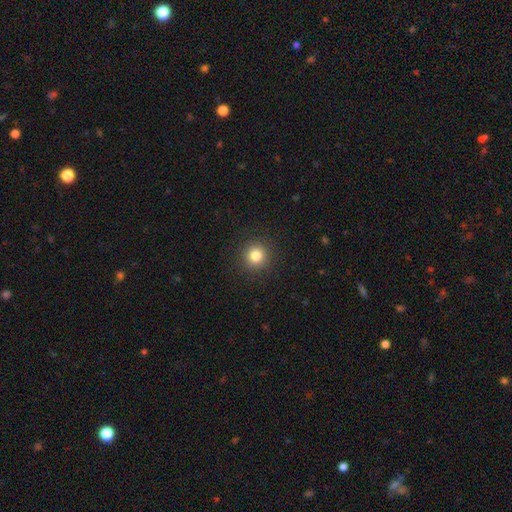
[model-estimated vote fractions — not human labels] The model was most divided on "smooth or featured": smooth: 82%, star or artifact: 12%, featured or disk: 6%. More confident: how rounded — round (94%); merging — none (92%).